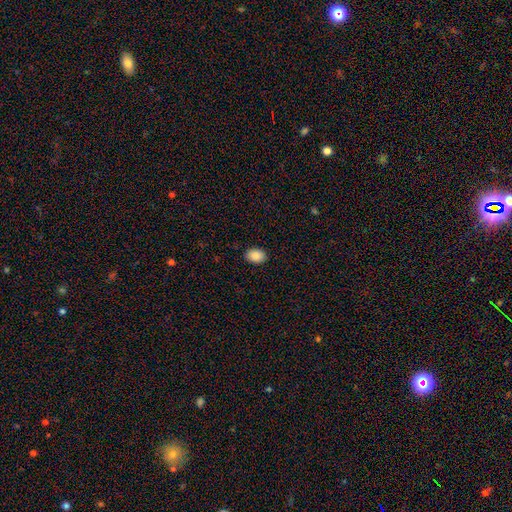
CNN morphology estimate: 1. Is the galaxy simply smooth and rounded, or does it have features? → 88% smooth, 8% star or artifact, 4% featured or disk.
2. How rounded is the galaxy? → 79% in between, 20% round, 1% cigar-shaped.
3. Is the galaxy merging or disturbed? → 90% none, 7% minor disturbance, 2% major disturbance, 1% merger.